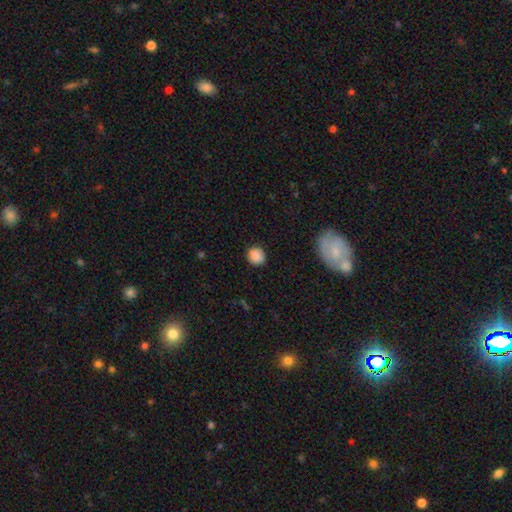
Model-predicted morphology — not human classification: smooth 85%, star or artifact 9%, featured or disk 6%. Down the decision tree: how rounded — round (88%); merging — none (88%).